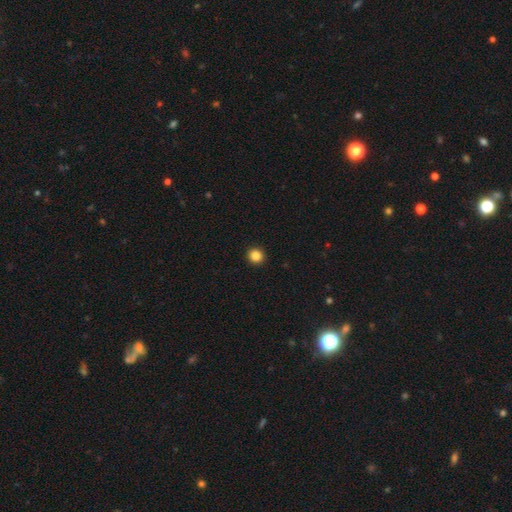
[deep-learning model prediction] Morphology: type=smooth (85%); roundness=round (94%); merging=none (94%).